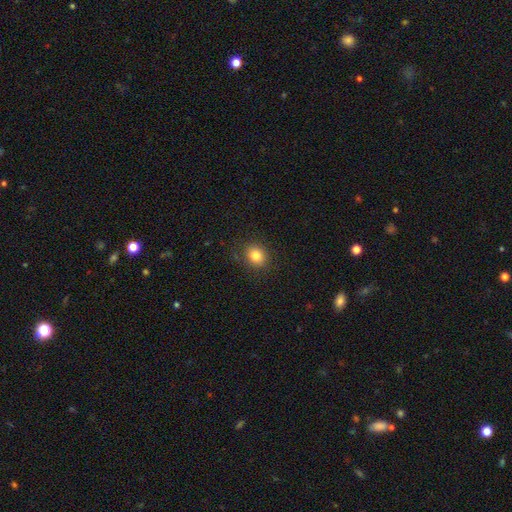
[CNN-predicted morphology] A smooth galaxy with no disk features (82%) that is round (72%).

Vote fractions:
- Smooth or featured? smooth: 82% / star or artifact: 11% / featured or disk: 7%
- How rounded? round: 72% / in between: 27% / cigar-shaped: 1%
- Merging? none: 87% / minor disturbance: 9% / major disturbance: 3% / merger: 1%